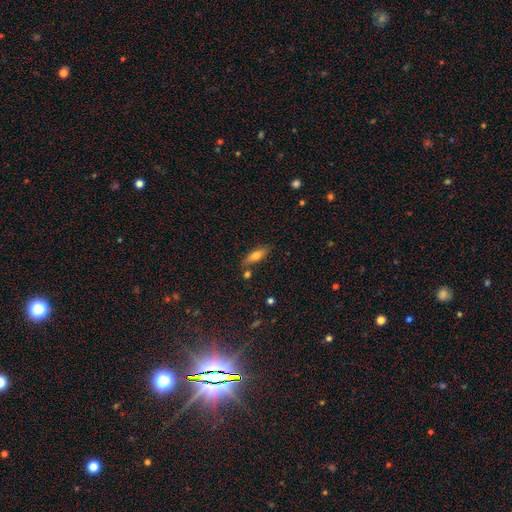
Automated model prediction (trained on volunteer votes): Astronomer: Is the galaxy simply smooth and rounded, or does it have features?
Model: smooth — 69%.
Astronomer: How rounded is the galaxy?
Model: in between — 57% (runner-up: cigar-shaped, 40%).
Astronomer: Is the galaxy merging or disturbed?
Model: none — 75%.